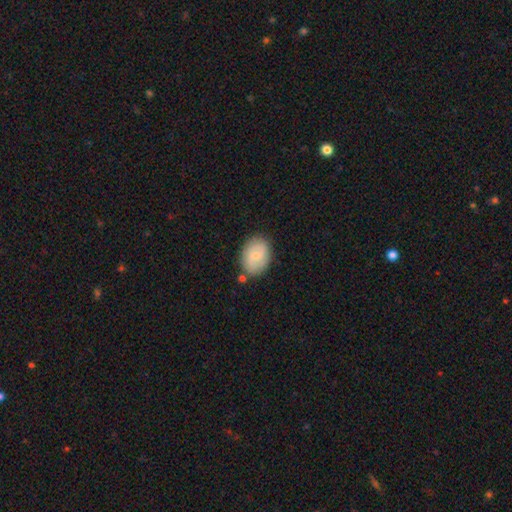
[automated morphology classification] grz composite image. It shows a smooth galaxy with no disk features (54%) that is in between round and cigar-shaped (70%). Merging: none (78%).